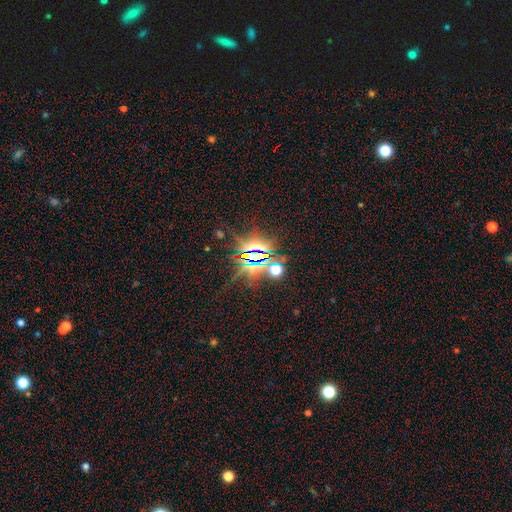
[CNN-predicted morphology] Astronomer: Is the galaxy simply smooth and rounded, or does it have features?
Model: star or artifact — 78%.